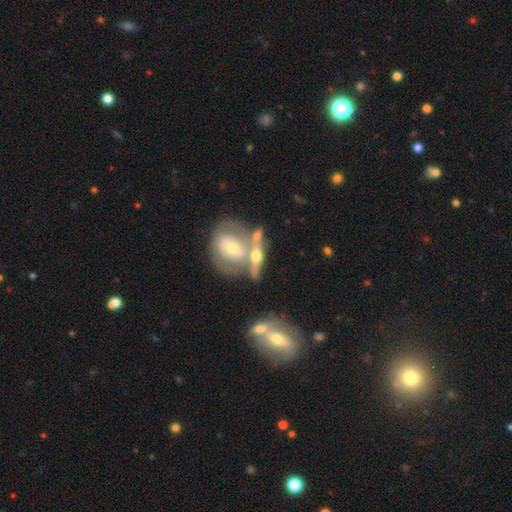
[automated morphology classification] smooth_or_featured: featured or disk (p=0.63) [alt: smooth p=0.31]
disk_edge_on: no (p=0.52) [alt: yes p=0.48]
merging: merger (p=0.44) [alt: none p=0.37]